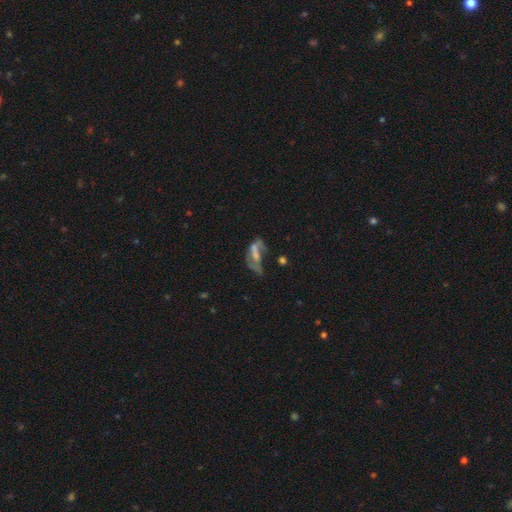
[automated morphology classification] This is possibly a featured or disk galaxy (53%). It is clearly not viewed edge-on (89%). Merging: marginally major disturbance (39%).